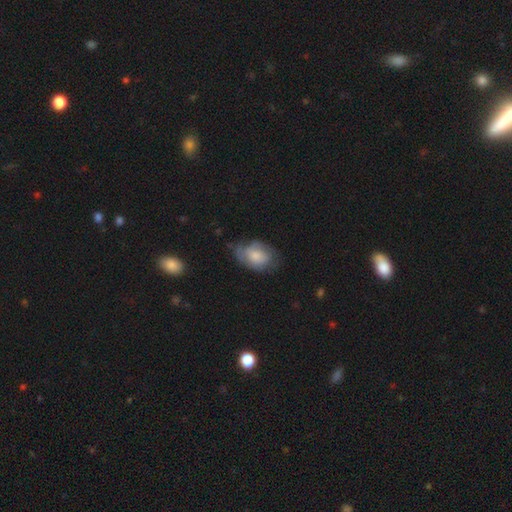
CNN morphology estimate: A smooth galaxy with no disk features (67%) that is in between round and cigar-shaped (83%). Merging: none (44%).